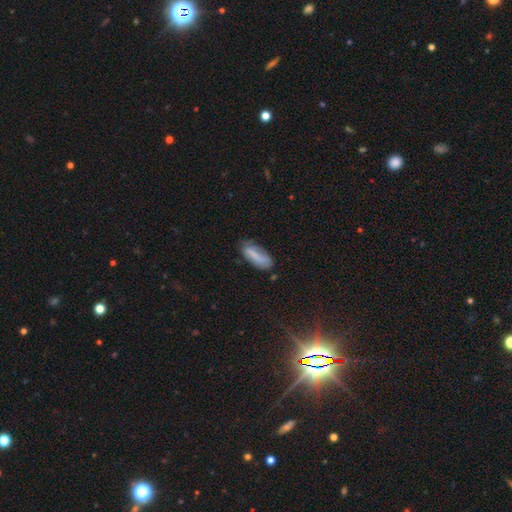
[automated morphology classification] The model was most divided on "how rounded": in between: 66%, cigar-shaped: 32%, round: 2%. More confident: smooth or featured — smooth (75%); merging — none (62%).